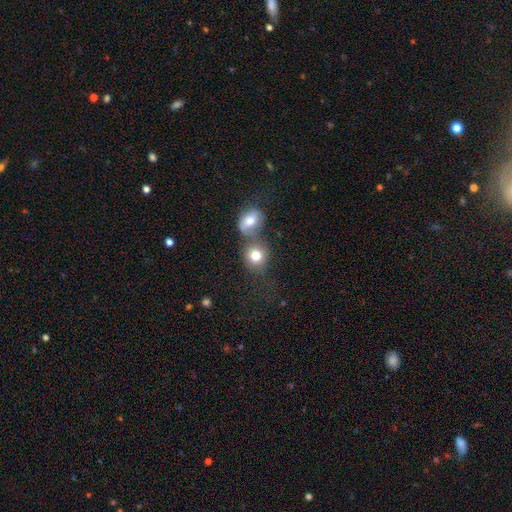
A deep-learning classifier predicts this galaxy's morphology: type=smooth (79%); roundness=round (77%); merging=merger (46%).